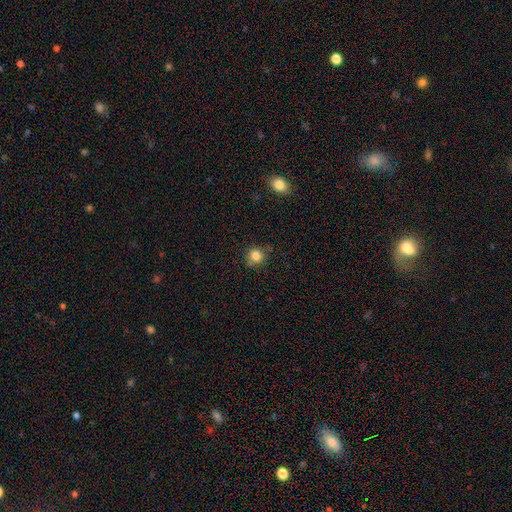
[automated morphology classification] Smooth or featured?
  - smooth: 83% *
  - star or artifact: 11%
  - featured or disk: 6%
How rounded?
  - round: 88% *
  - in between: 11%
  - cigar-shaped: 1%
Merging?
  - none: 78% *
  - minor disturbance: 16%
  - merger: 3%
  - major disturbance: 3%